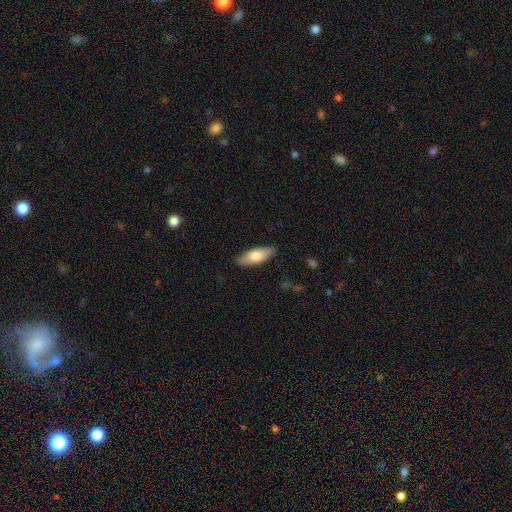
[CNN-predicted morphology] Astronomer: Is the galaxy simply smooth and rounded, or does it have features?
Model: smooth — 74%.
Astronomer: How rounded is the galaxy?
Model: in between — 72%.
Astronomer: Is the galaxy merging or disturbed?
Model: none — 86%.